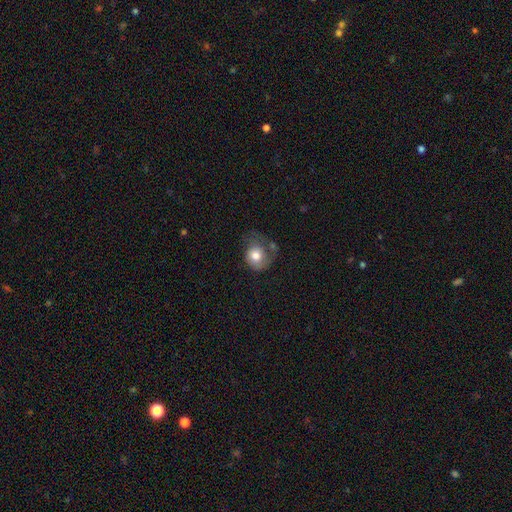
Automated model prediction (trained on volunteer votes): Overall: smooth (71%). How rounded: round (69%; in between 30%). Merging: major disturbance (32%; none 31%).